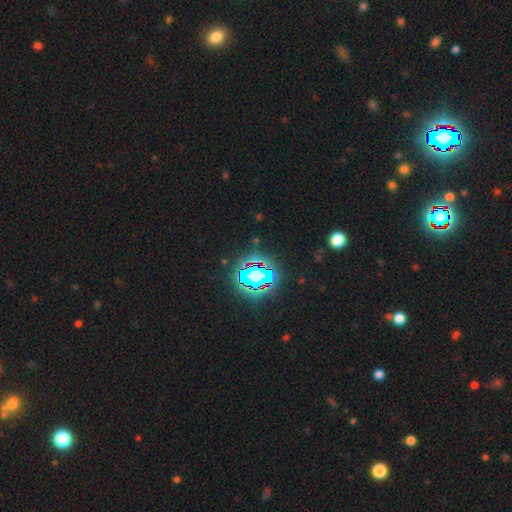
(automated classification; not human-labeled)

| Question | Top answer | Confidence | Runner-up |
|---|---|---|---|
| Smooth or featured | star or artifact | 82% | smooth (11%) |